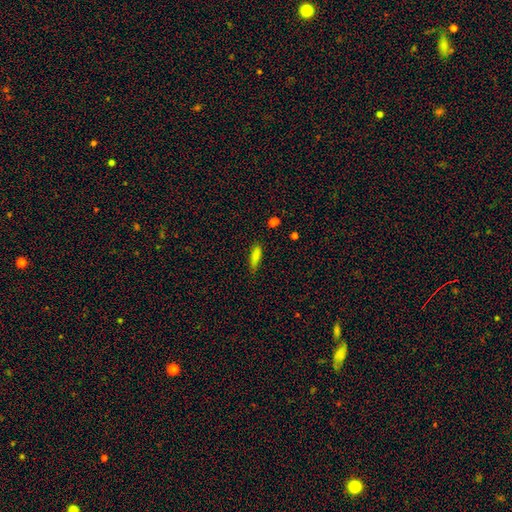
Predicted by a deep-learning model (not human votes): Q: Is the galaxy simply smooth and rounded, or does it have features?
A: smooth — 83%.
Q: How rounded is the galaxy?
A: cigar-shaped — 60%.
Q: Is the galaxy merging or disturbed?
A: none — 76%.